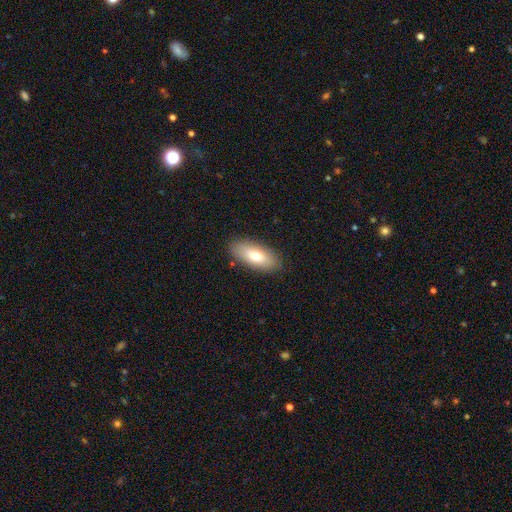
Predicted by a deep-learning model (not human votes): The model was most divided on "smooth or featured": smooth: 72%, featured or disk: 22%, star or artifact: 7%. More confident: merging — none (87%); how rounded — in between (81%).